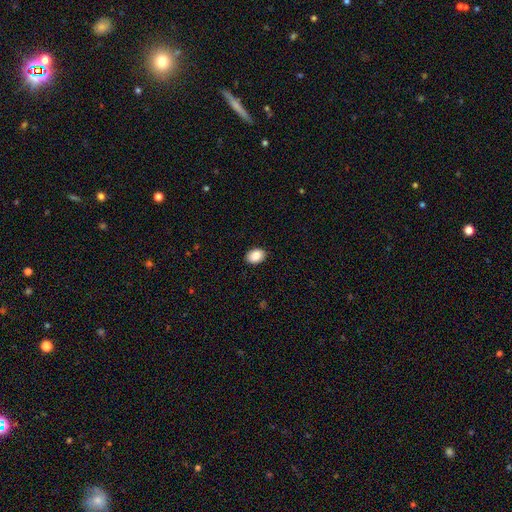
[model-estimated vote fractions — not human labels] smooth_or_featured: smooth (p=0.89) [alt: star or artifact p=0.07]
how_rounded: in between (p=0.78) [alt: round p=0.21]
merging: none (p=0.90) [alt: minor disturbance p=0.07]